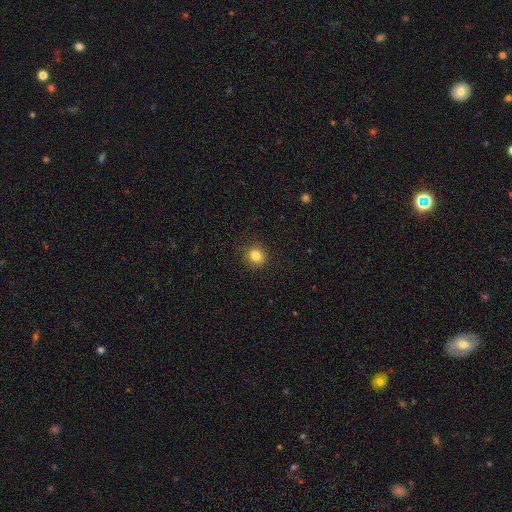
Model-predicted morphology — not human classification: smooth 83%, star or artifact 12%, featured or disk 6%. Down the decision tree: how rounded — round (90%); merging — none (90%).